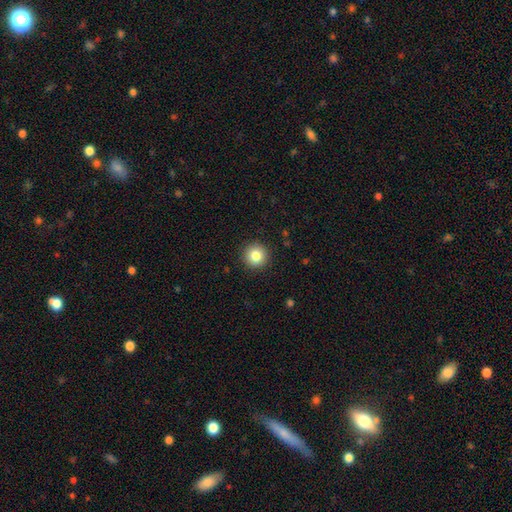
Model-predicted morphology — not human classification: smooth_or_featured: smooth (p=0.84) [alt: star or artifact p=0.10]
how_rounded: round (p=0.95) [alt: in between p=0.04]
merging: none (p=0.92) [alt: minor disturbance p=0.06]